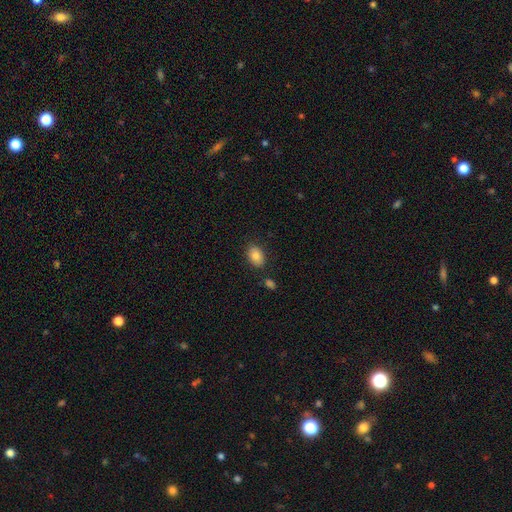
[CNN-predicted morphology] A smooth galaxy with no disk features (85%) that is in between round and cigar-shaped (83%).

Vote fractions:
- Smooth or featured? smooth: 85% / star or artifact: 8% / featured or disk: 8%
- How rounded? in between: 83% / round: 16% / cigar-shaped: 1%
- Merging? none: 81% / minor disturbance: 11% / merger: 4% / major disturbance: 3%